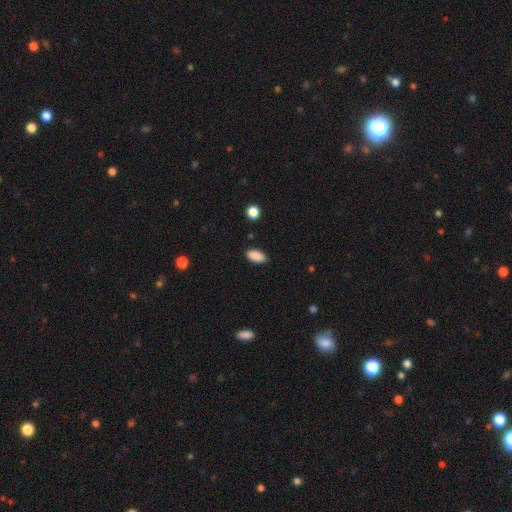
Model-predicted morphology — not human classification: smooth 89%, star or artifact 8%, featured or disk 3%. Down the decision tree: how rounded — in between (92%); merging — none (86%).